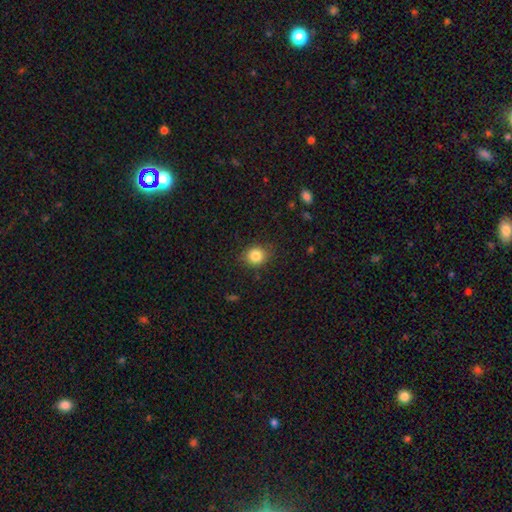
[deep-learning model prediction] smooth_or_featured: smooth (p=0.83) [alt: star or artifact p=0.11]
how_rounded: round (p=0.76) [alt: in between p=0.23]
merging: none (p=0.84) [alt: minor disturbance p=0.12]